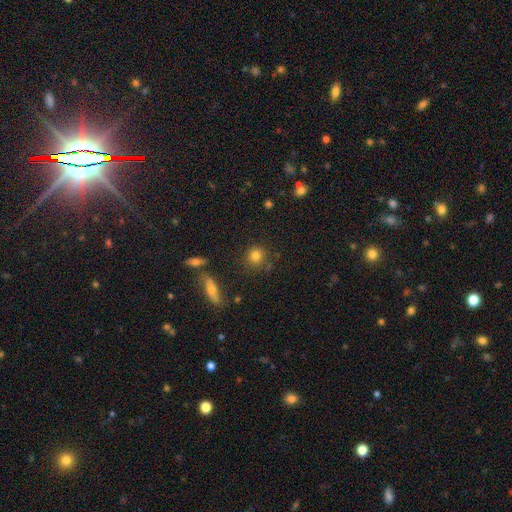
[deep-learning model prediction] Smooth or featured? smooth (80%)
How rounded? round (86%)
Merging? none (78%)